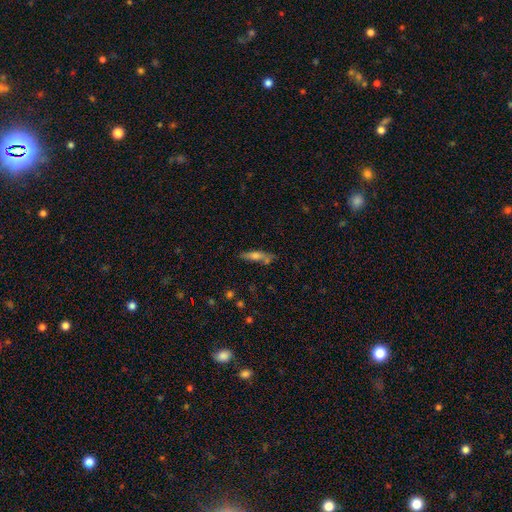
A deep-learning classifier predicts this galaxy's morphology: The model was most divided on "smooth or featured": smooth: 56%, featured or disk: 35%, star or artifact: 9%. More confident: how rounded — cigar-shaped (74%); merging — none (65%).